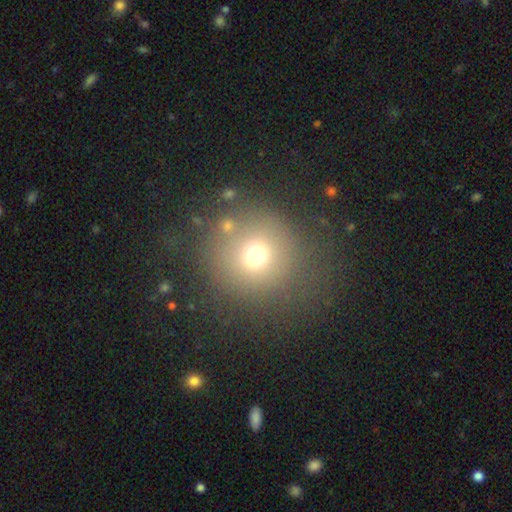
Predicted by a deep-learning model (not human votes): A smooth galaxy with no disk features (68%) that is round (92%). Merging: none (76%).